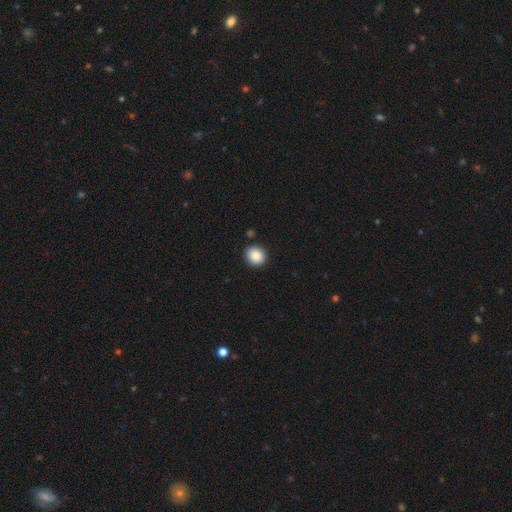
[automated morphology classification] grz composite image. It shows a smooth galaxy with no disk features (87%) that is round (85%). Merging: none (90%).